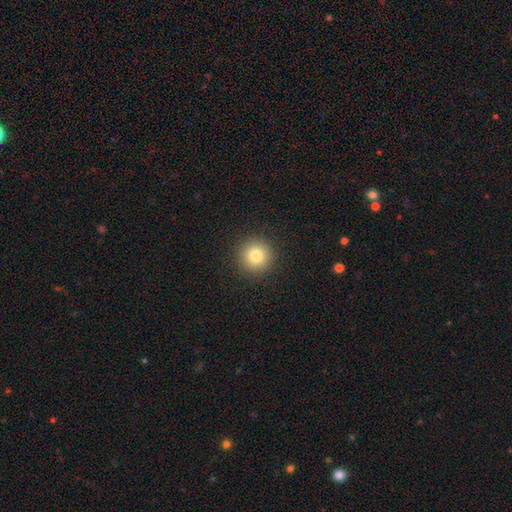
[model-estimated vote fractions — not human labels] A smooth galaxy with no disk features (81%) that is round (95%). Merging: none (92%).